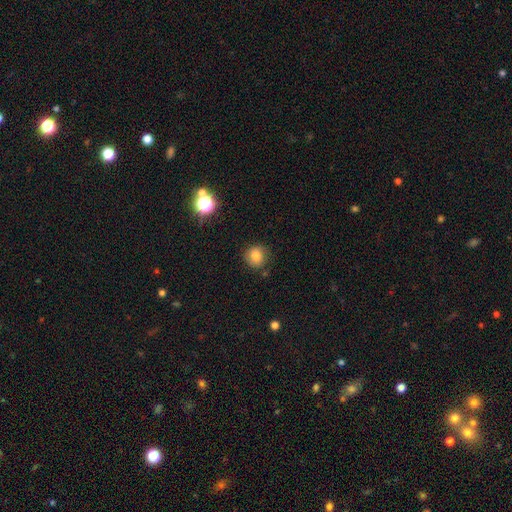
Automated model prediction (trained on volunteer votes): smooth 79%, star or artifact 13%, featured or disk 8%. Down the decision tree: how rounded — round (88%); merging — none (82%).